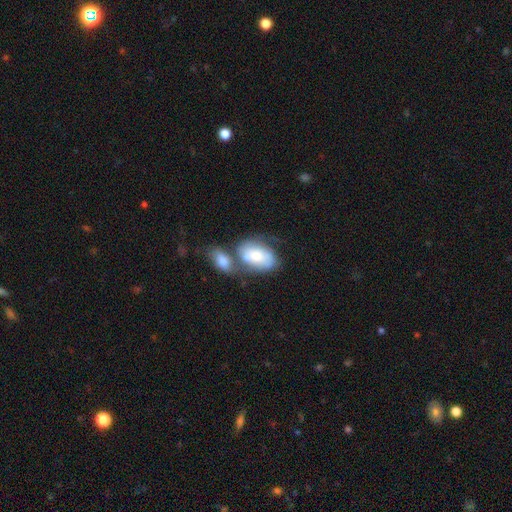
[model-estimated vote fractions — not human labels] Smooth or featured?
  - smooth: 59% *
  - featured or disk: 34%
  - star or artifact: 7%
How rounded?
  - in between: 89% *
  - round: 9%
  - cigar-shaped: 2%
Merging?
  - merger: 52% *
  - none: 24%
  - minor disturbance: 14%
  - major disturbance: 9%